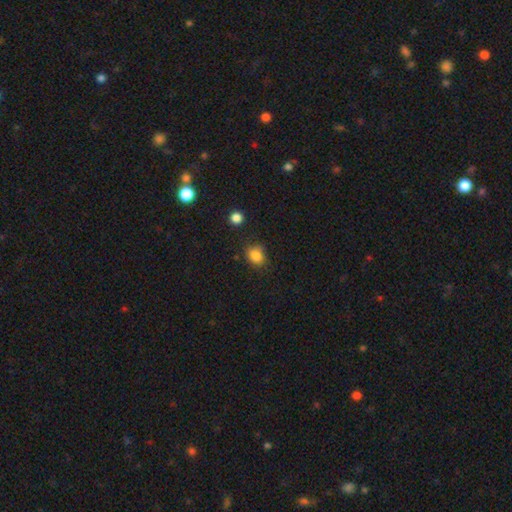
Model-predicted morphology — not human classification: Smooth or featured?
  - smooth: 84% *
  - star or artifact: 11%
  - featured or disk: 5%
How rounded?
  - round: 54% *
  - in between: 45%
  - cigar-shaped: 1%
Merging?
  - none: 73% *
  - minor disturbance: 19%
  - major disturbance: 5%
  - merger: 3%